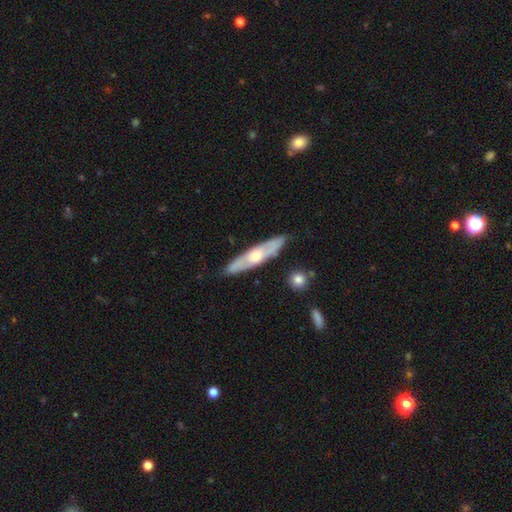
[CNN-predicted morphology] Overall: featured or disk (65%; smooth 29%). Edge-on disk: yes (58%; no 42%). Merging: none (83%).